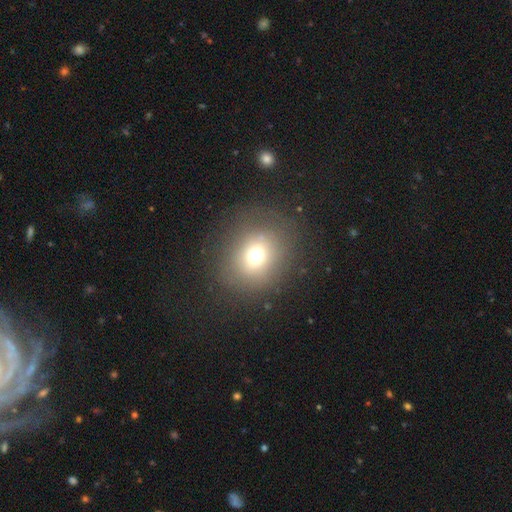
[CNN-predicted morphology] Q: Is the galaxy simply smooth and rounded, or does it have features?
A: smooth — 68%.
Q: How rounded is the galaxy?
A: round — 74%.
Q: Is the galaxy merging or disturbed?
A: none — 79%.